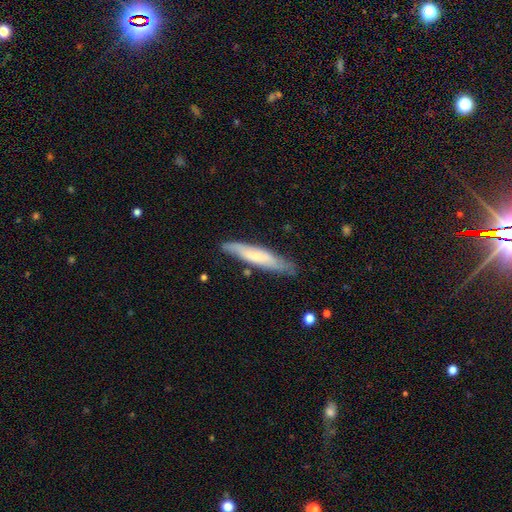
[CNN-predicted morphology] This appears to be a smooth galaxy with no disk features (53%) that is cigar-shaped (88%). Merging: none (79%).